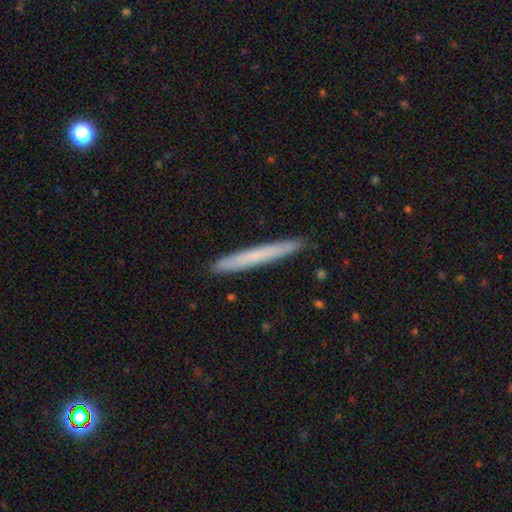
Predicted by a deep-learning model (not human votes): smooth_or_featured: smooth (p=0.63) [alt: featured or disk p=0.31]
how_rounded: cigar-shaped (p=0.97) [alt: in between p=0.02]
merging: none (p=0.92) [alt: minor disturbance p=0.06]